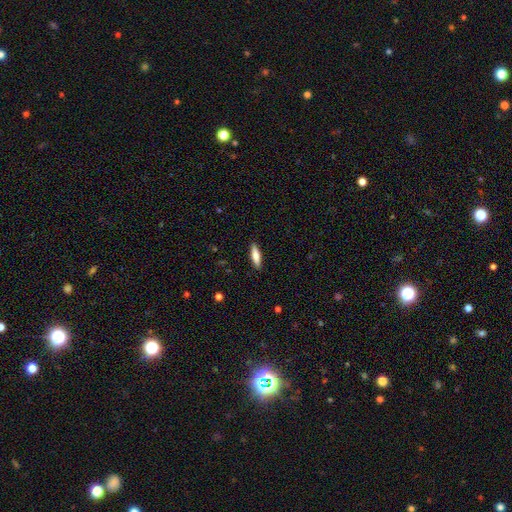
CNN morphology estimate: smooth-or-featured: smooth: 75% | featured or disk: 19% | star or artifact: 6%
  how-rounded: cigar-shaped: 64% | in between: 34% | round: 2%
  merging: none: 90% | minor disturbance: 8% | major disturbance: 2% | merger: 1%